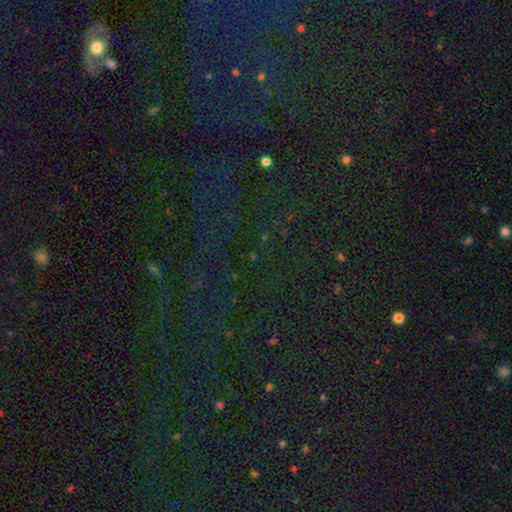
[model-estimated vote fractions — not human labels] Smooth or featured? star or artifact (82%)